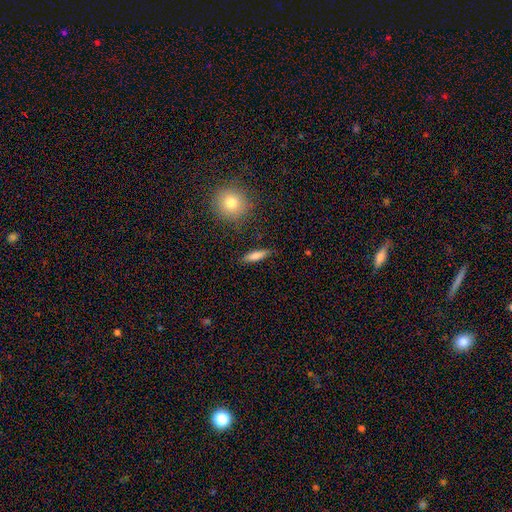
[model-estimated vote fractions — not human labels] smooth-or-featured: smooth: 78% | featured or disk: 15% | star or artifact: 7%
  how-rounded: cigar-shaped: 64% | in between: 32% | round: 3%
  merging: none: 86% | minor disturbance: 9% | major disturbance: 2% | merger: 2%